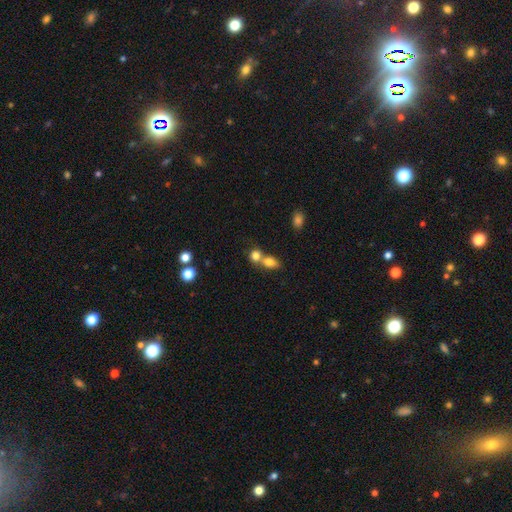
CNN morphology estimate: This is likely a smooth galaxy (79%). How rounded: possibly round (57%). Merging: possibly merger (57%).